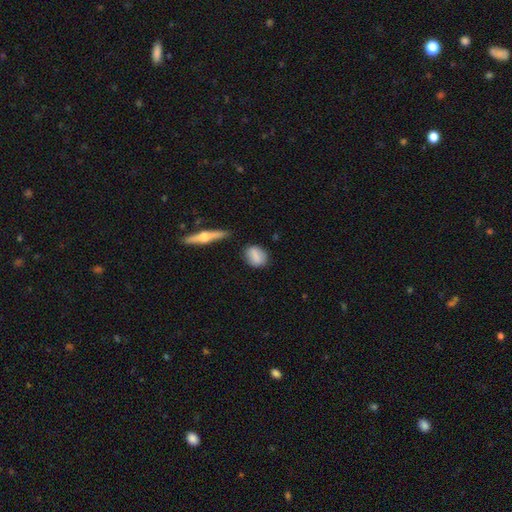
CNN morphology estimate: smooth-or-featured: smooth: 76% | featured or disk: 17% | star or artifact: 7%
  how-rounded: in between: 59% | round: 35% | cigar-shaped: 6%
  merging: none: 78% | minor disturbance: 15% | merger: 4% | major disturbance: 3%